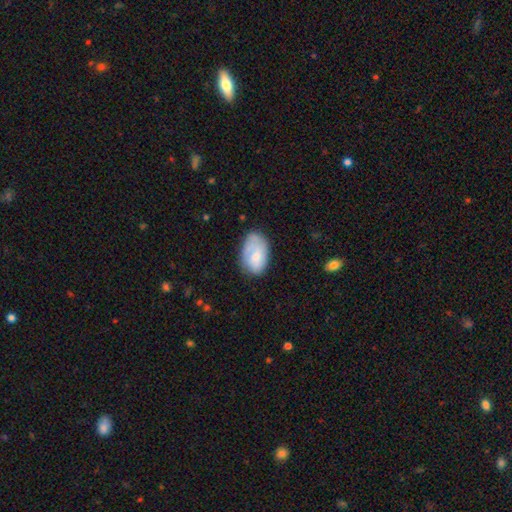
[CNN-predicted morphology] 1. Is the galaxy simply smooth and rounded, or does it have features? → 65% smooth, 28% featured or disk, 7% star or artifact.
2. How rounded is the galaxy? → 91% in between, 7% round, 1% cigar-shaped.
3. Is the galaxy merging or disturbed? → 57% none, 30% minor disturbance, 10% major disturbance, 3% merger.